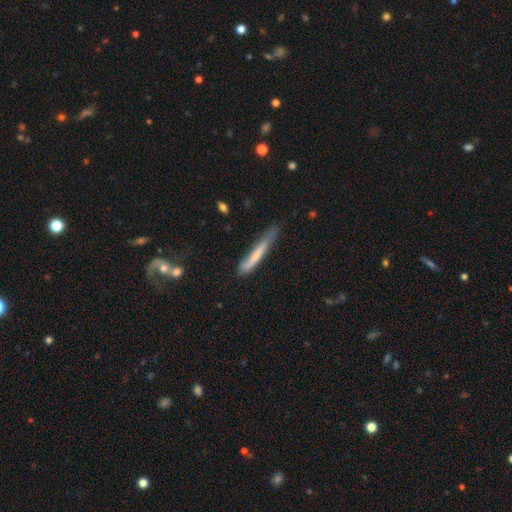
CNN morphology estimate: A smooth galaxy with no disk features (61%) that is cigar-shaped (94%). Merging: none (53%).